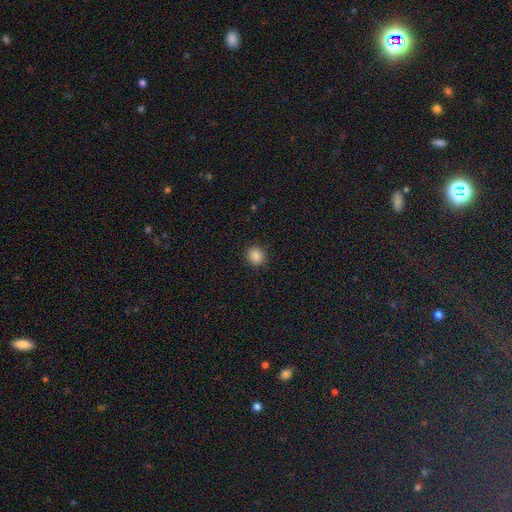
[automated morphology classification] smooth 85%, star or artifact 11%, featured or disk 4%. Down the decision tree: how rounded — round (82%); merging — none (91%).